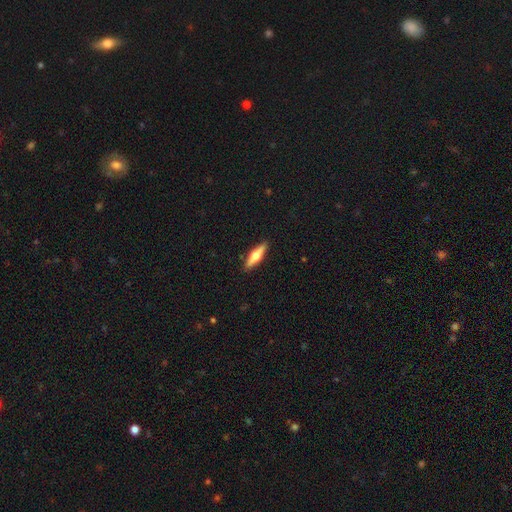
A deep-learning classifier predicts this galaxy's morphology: Overall: featured or disk (53%; smooth 41%). Edge-on disk: yes (95%). Edge-on bulge: rounded (94%). Merging: none (91%).